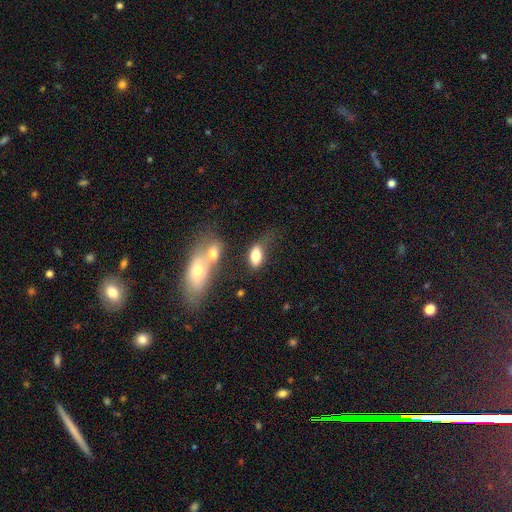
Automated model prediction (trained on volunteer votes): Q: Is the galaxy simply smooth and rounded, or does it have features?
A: smooth — 79%.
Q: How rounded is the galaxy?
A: in between — 89%.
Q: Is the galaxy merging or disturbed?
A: none — 44%.